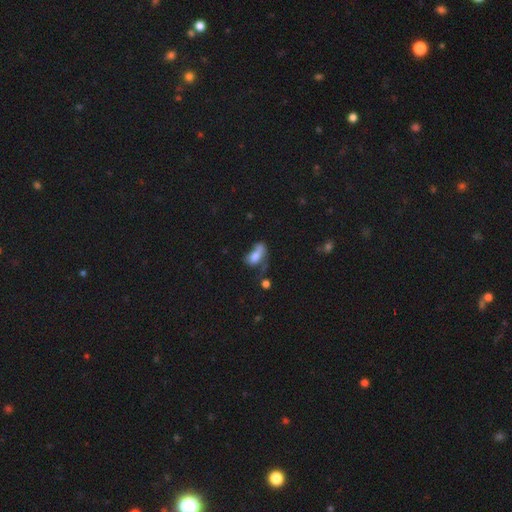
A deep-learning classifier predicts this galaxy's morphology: Smooth or featured: smooth — 66% (featured or disk — 22%)
How rounded: in between — 82% (cigar-shaped — 10%)
Merging: major disturbance — 34% (none — 24%)